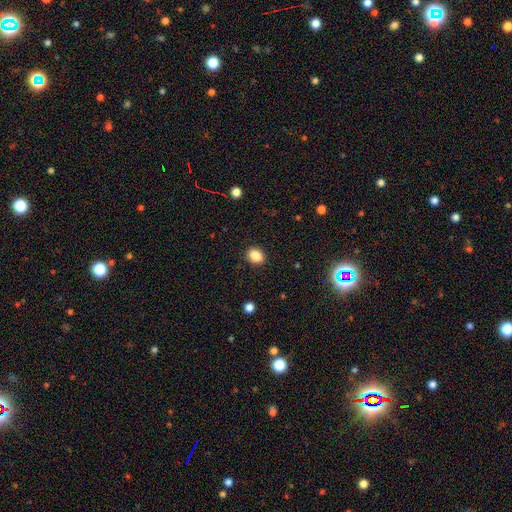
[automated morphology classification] smooth-or-featured: smooth: 87% | star or artifact: 10% | featured or disk: 4%
  how-rounded: in between: 61% | round: 38% | cigar-shaped: 1%
  merging: none: 89% | minor disturbance: 8% | major disturbance: 2% | merger: 1%